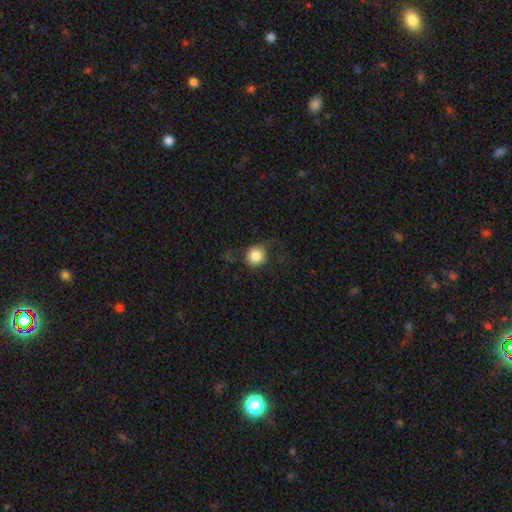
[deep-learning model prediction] Smooth or featured: smooth — 79% (featured or disk — 11%)
How rounded: round — 91% (in between — 8%)
Merging: none — 68% (minor disturbance — 19%)